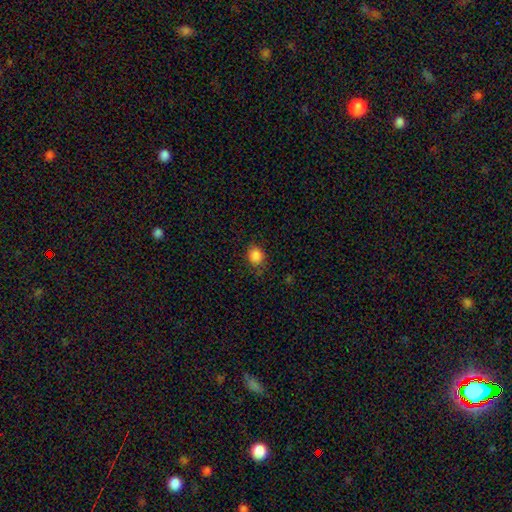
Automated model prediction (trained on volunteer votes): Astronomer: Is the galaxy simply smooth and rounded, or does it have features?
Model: smooth — 86%.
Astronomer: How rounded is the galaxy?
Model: round — 67%.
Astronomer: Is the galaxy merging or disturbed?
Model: none — 77%.